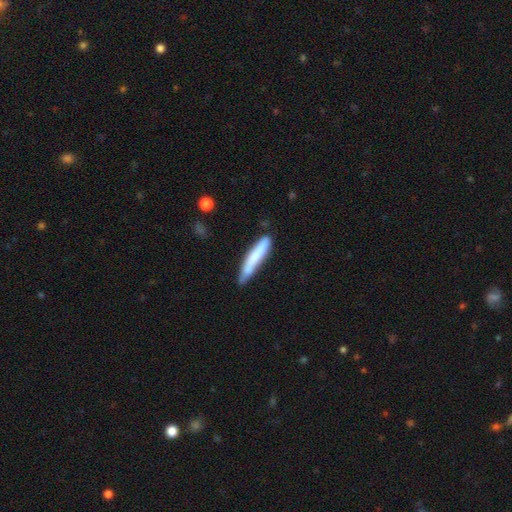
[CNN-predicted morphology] smooth-or-featured: smooth: 71% | featured or disk: 23% | star or artifact: 6%
  how-rounded: cigar-shaped: 91% | in between: 7% | round: 1%
  merging: none: 67% | minor disturbance: 25% | major disturbance: 4% | merger: 4%